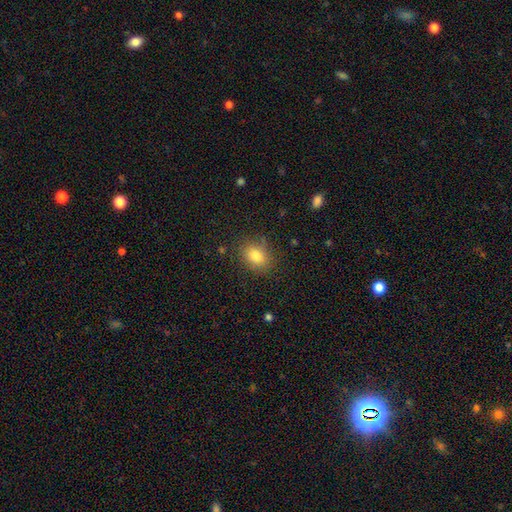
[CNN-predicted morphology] Smooth or featured?
  - smooth: 82% *
  - star or artifact: 10%
  - featured or disk: 8%
How rounded?
  - in between: 58% *
  - round: 40%
  - cigar-shaped: 1%
Merging?
  - none: 82% *
  - minor disturbance: 13%
  - major disturbance: 3%
  - merger: 2%